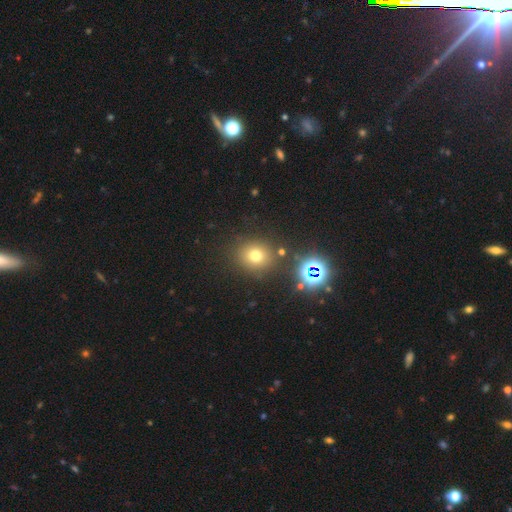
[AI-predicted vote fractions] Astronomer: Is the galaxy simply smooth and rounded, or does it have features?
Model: smooth — 68%.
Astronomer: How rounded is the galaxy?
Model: round — 82%.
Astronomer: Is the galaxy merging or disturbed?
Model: none — 82%.